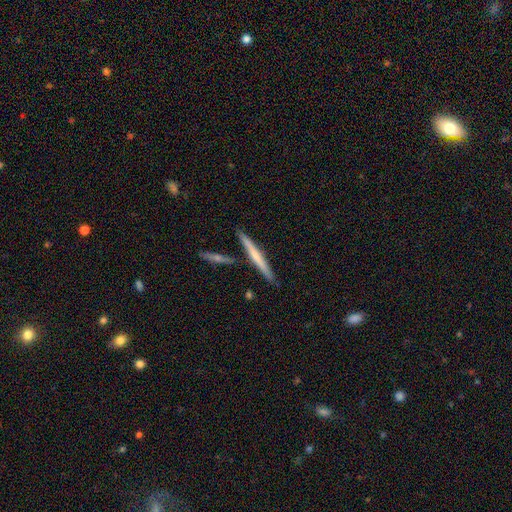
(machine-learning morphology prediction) Smooth or featured? Predicted: featured or disk (p=0.50). Merging? Predicted: none (p=0.83).